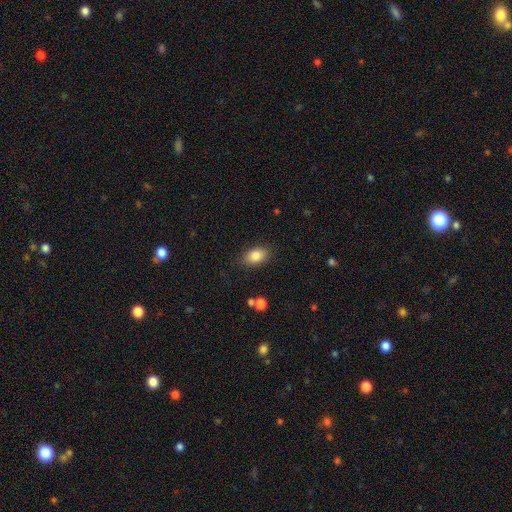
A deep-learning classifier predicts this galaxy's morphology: The model was most divided on "merging": none: 84%, minor disturbance: 11%, major disturbance: 3%, merger: 2%. More confident: how rounded — in between (87%); smooth or featured — smooth (84%).